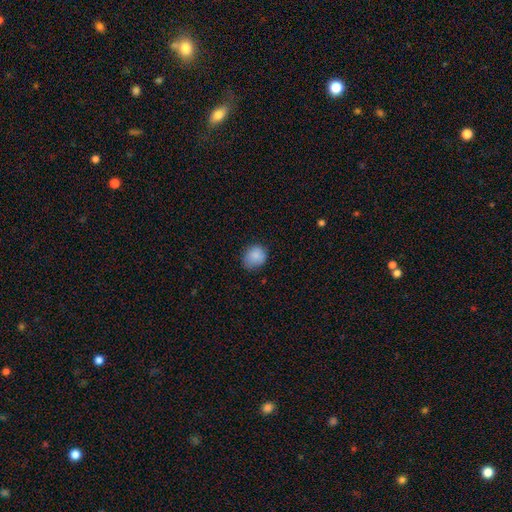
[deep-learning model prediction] Smooth or featured?
  - smooth: 87% *
  - star or artifact: 8%
  - featured or disk: 5%
How rounded?
  - round: 70% *
  - in between: 29%
  - cigar-shaped: 1%
Merging?
  - none: 73% *
  - minor disturbance: 22%
  - major disturbance: 4%
  - merger: 1%